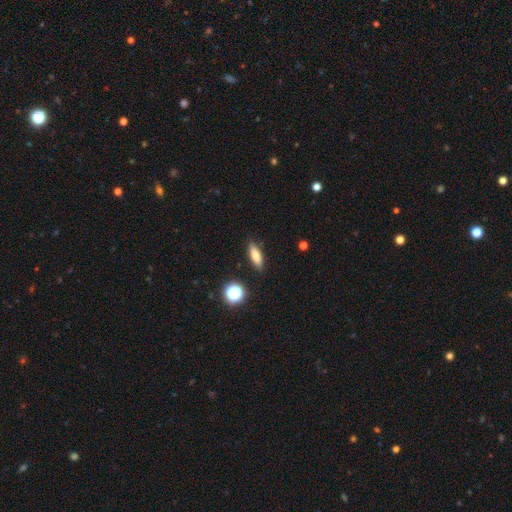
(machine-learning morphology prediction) A smooth galaxy with no disk features (76%) that is in between round and cigar-shaped (50%). Merging: none (87%).